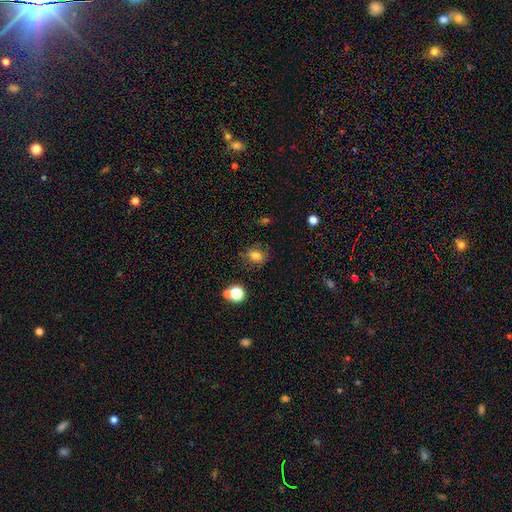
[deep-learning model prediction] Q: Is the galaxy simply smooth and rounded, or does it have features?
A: smooth — 77%.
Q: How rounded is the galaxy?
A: in between — 57%.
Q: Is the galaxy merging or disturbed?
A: none — 72%.